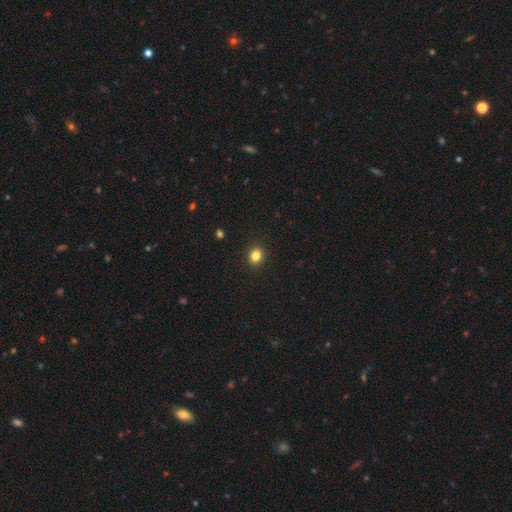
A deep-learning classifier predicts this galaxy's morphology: Q: Smooth or featured?
A: smooth (83%); runner-up: star or artifact (12%)
Q: How rounded?
A: round (65%); runner-up: in between (34%)
Q: Merging?
A: none (91%); runner-up: minor disturbance (6%)